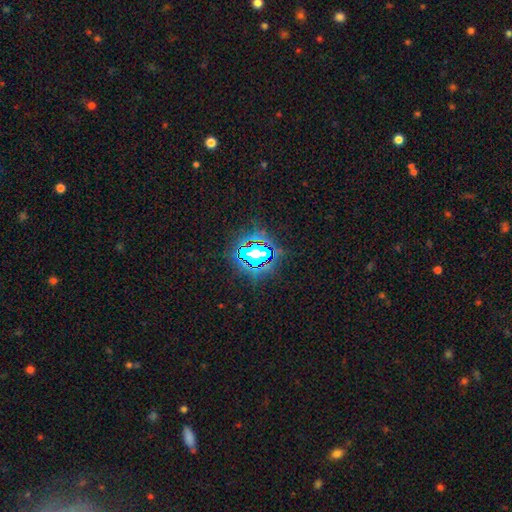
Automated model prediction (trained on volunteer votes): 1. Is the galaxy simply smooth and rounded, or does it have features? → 81% star or artifact, 12% smooth, 7% featured or disk.